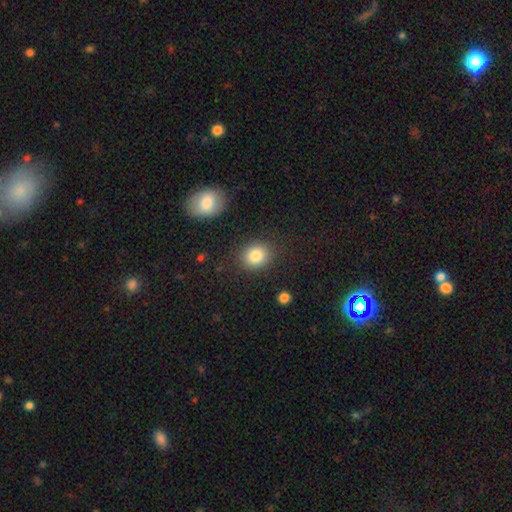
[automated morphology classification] The model was most divided on "how rounded": round: 62%, in between: 37%, cigar-shaped: 1%. More confident: merging — none (84%); smooth or featured — smooth (84%).